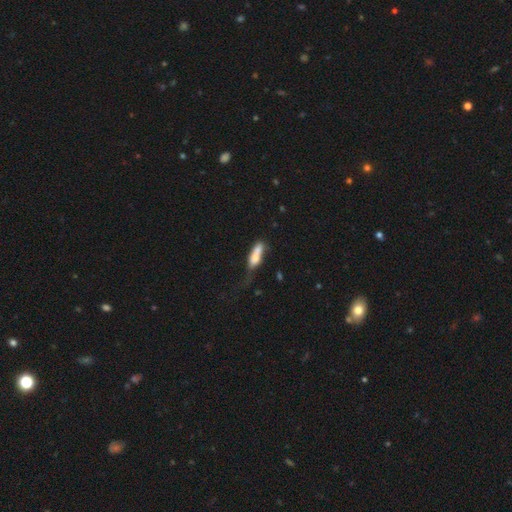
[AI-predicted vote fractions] Overall: smooth (71%). How rounded: cigar-shaped (53%; in between 45%). Merging: minor disturbance (28%; none 27%).